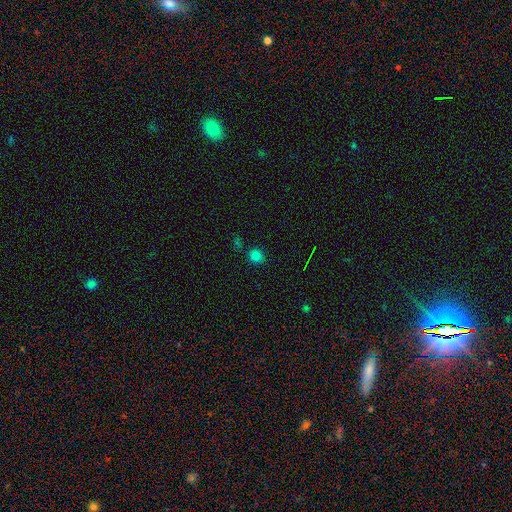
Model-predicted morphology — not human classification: A smooth galaxy with no disk features (78%) that is round (83%). Merging: none (81%).